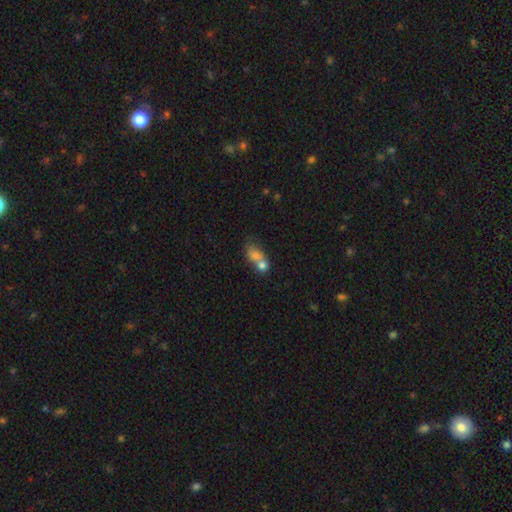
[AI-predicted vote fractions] smooth 71%, featured or disk 19%, star or artifact 10%. Down the decision tree: how rounded — in between (64%); merging — merger (67%).